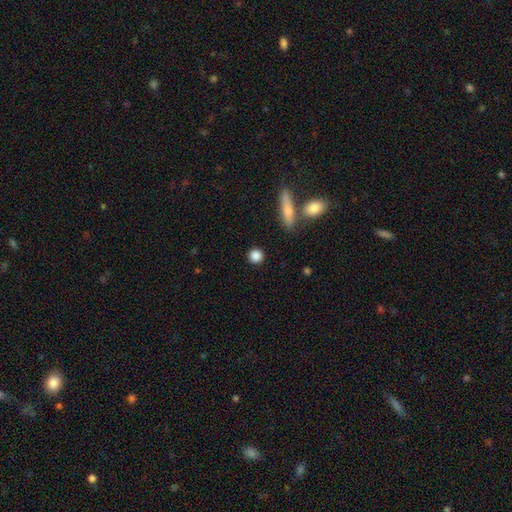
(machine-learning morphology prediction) smooth 86%, star or artifact 8%, featured or disk 6%. Down the decision tree: how rounded — round (88%); merging — none (88%).